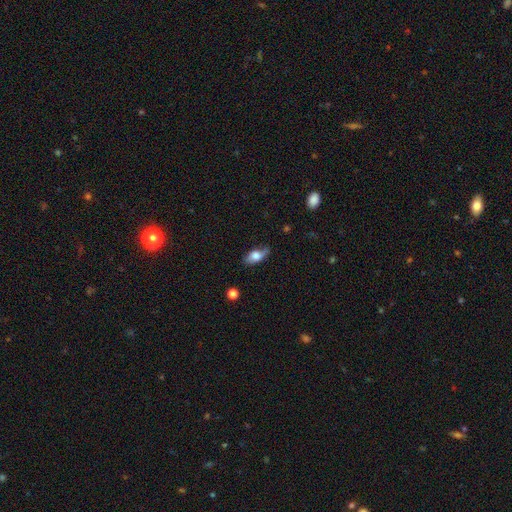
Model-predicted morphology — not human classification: A smooth galaxy with no disk features (69%) that is in between round and cigar-shaped (84%).

Vote fractions:
- Smooth or featured? smooth: 69% / featured or disk: 23% / star or artifact: 7%
- How rounded? in between: 84% / cigar-shaped: 11% / round: 5%
- Merging? none: 64% / minor disturbance: 28% / major disturbance: 6% / merger: 2%